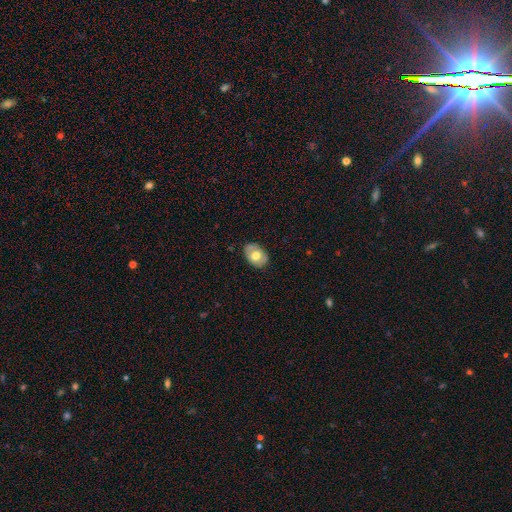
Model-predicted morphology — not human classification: Smooth or featured? smooth (62%)
How rounded? in between (76%)
Merging? none (81%)